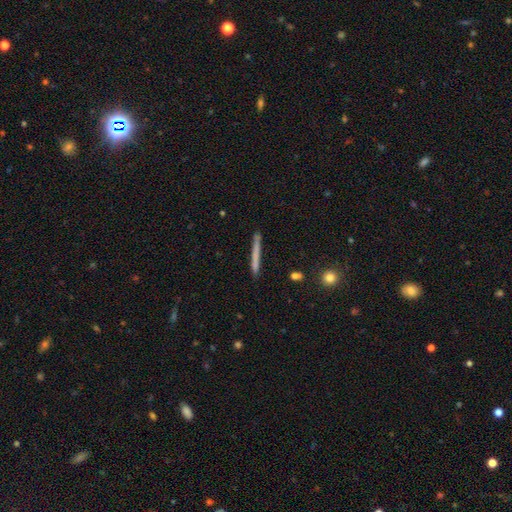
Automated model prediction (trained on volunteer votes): A smooth galaxy with no disk features (61%) that is cigar-shaped (97%). Merging: none (87%).